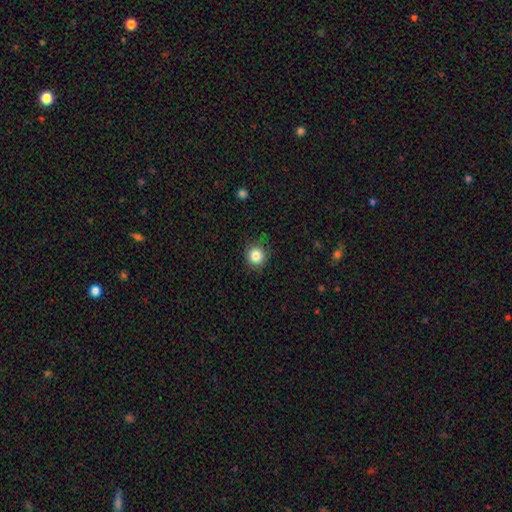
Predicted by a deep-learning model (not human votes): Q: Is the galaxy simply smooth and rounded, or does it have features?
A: smooth — 84%.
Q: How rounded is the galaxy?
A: round — 92%.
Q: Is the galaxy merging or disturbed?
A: none — 86%.